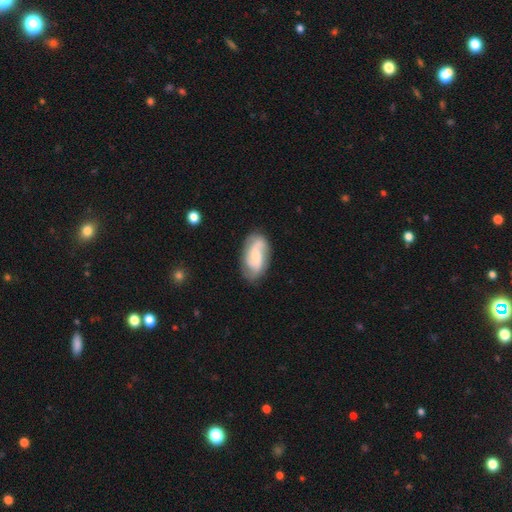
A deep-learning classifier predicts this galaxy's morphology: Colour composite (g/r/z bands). It shows a featured or disk galaxy (73%) with no bar (47%), 2 (60%) medium (47%) spiral arms (95%) and a small central bulge (50%). Merging: none (76%).